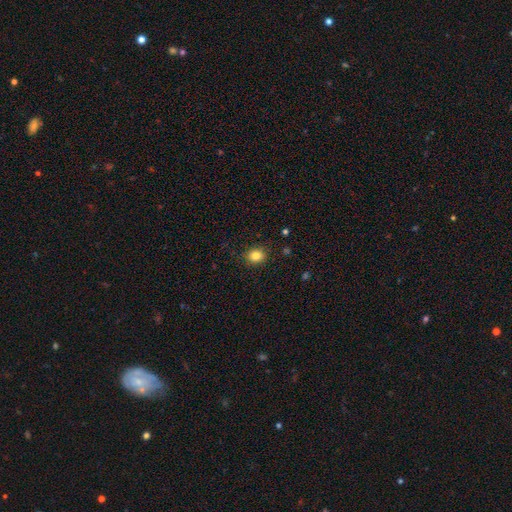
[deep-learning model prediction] The model was most divided on "how rounded": round: 69%, in between: 30%, cigar-shaped: 1%. More confident: merging — none (89%); smooth or featured — smooth (83%).